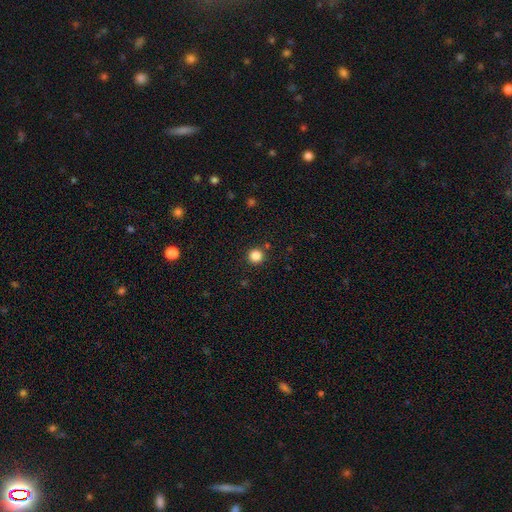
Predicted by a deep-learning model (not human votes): smooth_or_featured: smooth (p=0.84) [alt: star or artifact p=0.12]
how_rounded: round (p=0.95) [alt: in between p=0.04]
merging: none (p=0.90) [alt: minor disturbance p=0.05]